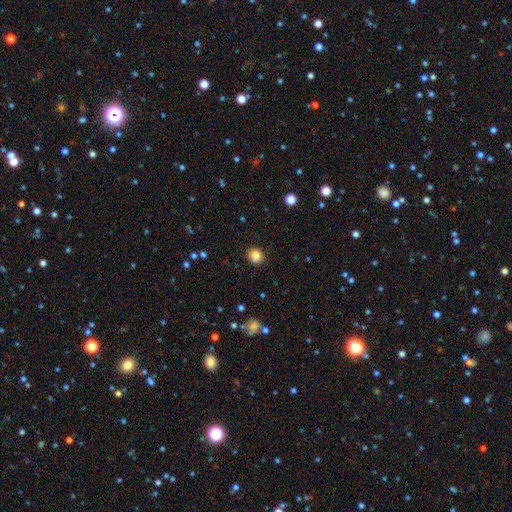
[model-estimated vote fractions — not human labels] Smooth or featured?
  - smooth: 85% *
  - star or artifact: 11%
  - featured or disk: 5%
How rounded?
  - round: 80% *
  - in between: 19%
  - cigar-shaped: 1%
Merging?
  - none: 85% *
  - minor disturbance: 10%
  - major disturbance: 3%
  - merger: 2%